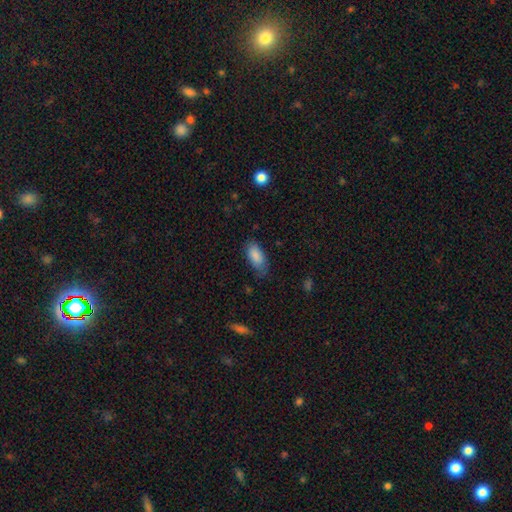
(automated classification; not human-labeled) Morphology: type=smooth (85%); roundness=in between (91%); merging=none (65%).